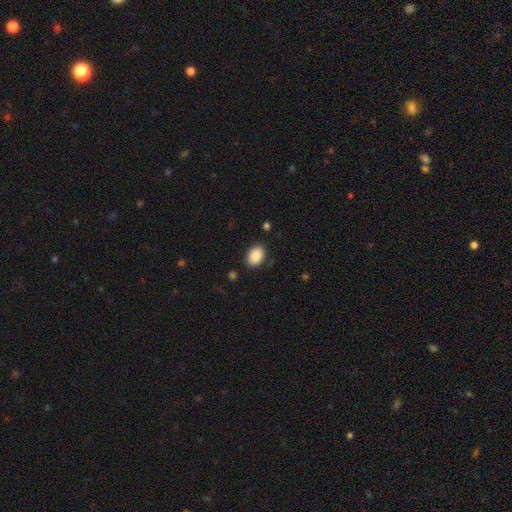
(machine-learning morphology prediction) This appears to be a smooth galaxy with no disk features (89%) that is in between round and cigar-shaped (81%). Merging: none (84%).